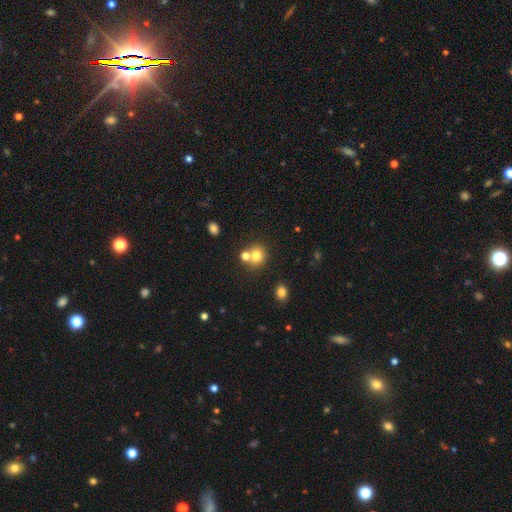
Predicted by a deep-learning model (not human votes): A smooth galaxy with no disk features (75%) that is round (80%).

Vote fractions:
- Smooth or featured? smooth: 75% / star or artifact: 14% / featured or disk: 11%
- How rounded? round: 80% / in between: 19% / cigar-shaped: 1%
- Merging? none: 56% / merger: 33% / minor disturbance: 8% / major disturbance: 3%